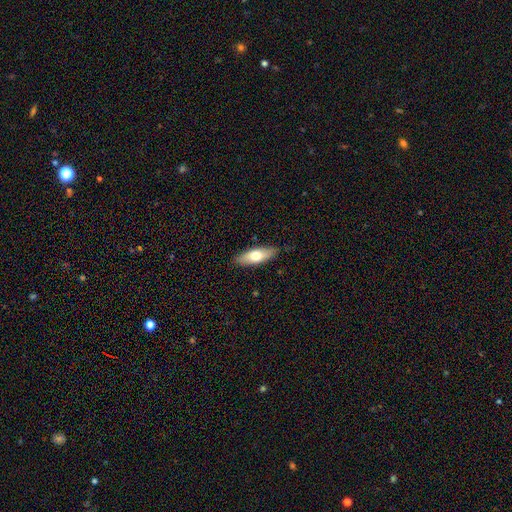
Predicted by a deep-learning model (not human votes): This is likely a smooth galaxy (66%). How rounded: likely in between (66%). Merging: clearly none (86%).